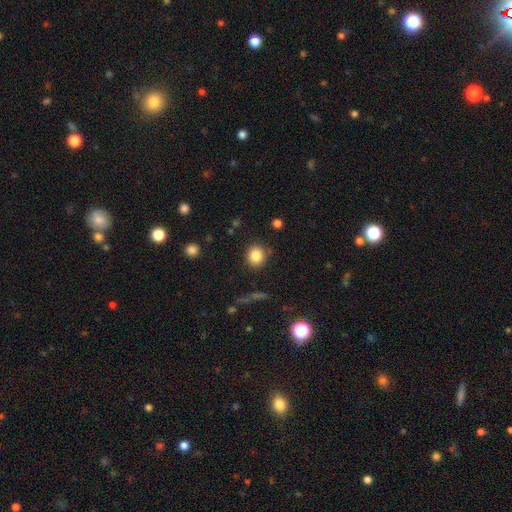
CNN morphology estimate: A smooth galaxy with no disk features (84%) that is round (85%).

Vote fractions:
- Smooth or featured? smooth: 84% / star or artifact: 10% / featured or disk: 5%
- How rounded? round: 85% / in between: 14% / cigar-shaped: 1%
- Merging? none: 86% / minor disturbance: 8% / major disturbance: 3% / merger: 3%